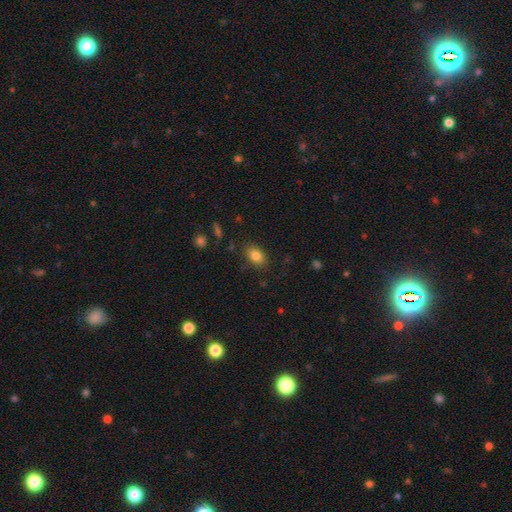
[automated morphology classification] The model was most divided on "how rounded": in between: 80%, round: 18%, cigar-shaped: 1%. More confident: merging — none (84%); smooth or featured — smooth (83%).